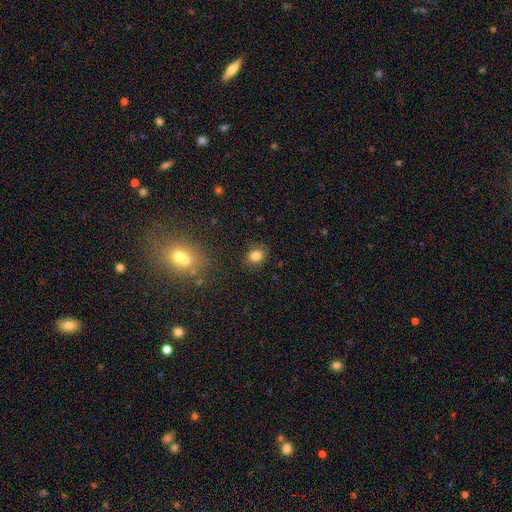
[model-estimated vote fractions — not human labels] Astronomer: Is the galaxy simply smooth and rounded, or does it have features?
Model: smooth — 81%.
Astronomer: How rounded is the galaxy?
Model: round — 63%.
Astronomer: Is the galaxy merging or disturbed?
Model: none — 86%.